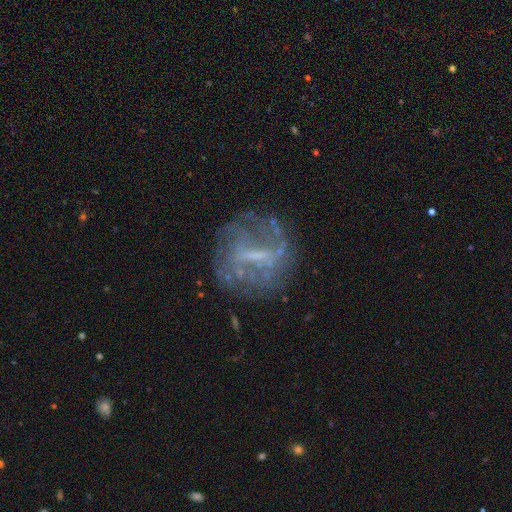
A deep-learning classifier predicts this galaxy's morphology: type=featured or disk (71%); edge-on=no (95%); bar=weak (44%); spiral arms=yes (51%); bulge=small (43%); merging=none (68%).